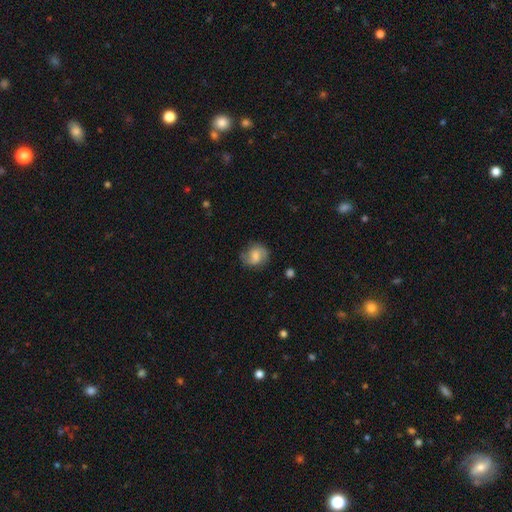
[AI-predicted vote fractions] Smooth or featured? smooth (50%)
How rounded? round (70%)
Merging? none (75%)